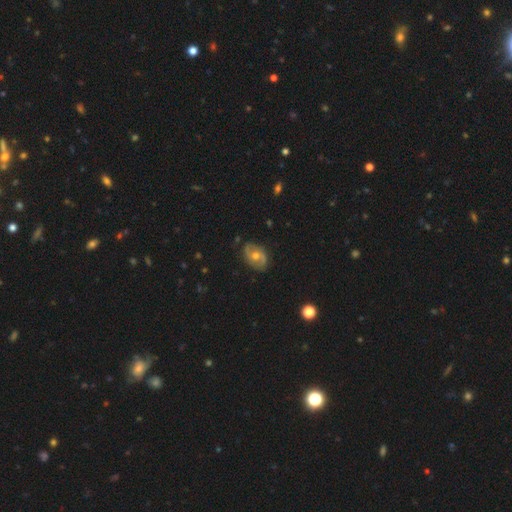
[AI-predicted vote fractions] Overall: featured or disk (70%). Edge-on disk: no (96%). Bar: no (58%; weak 32%). Spiral arms: yes (83%). Spiral arm count: 2 (86%). Spiral winding: medium (41%; loose 38%). Bulge size: moderate (69%). Merging: none (80%).